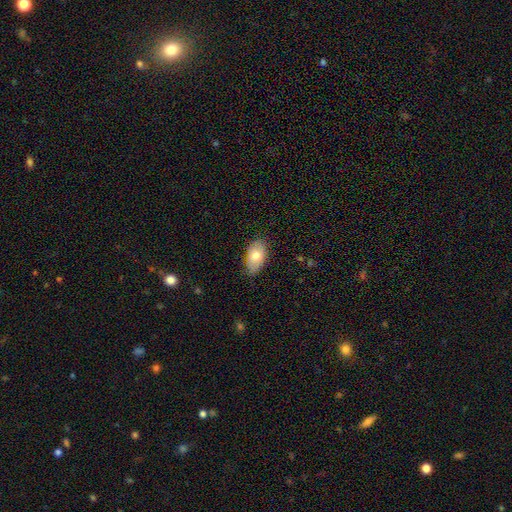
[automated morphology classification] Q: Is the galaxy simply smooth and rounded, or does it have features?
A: smooth — 75%.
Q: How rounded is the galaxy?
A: in between — 93%.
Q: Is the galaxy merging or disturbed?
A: none — 78%.